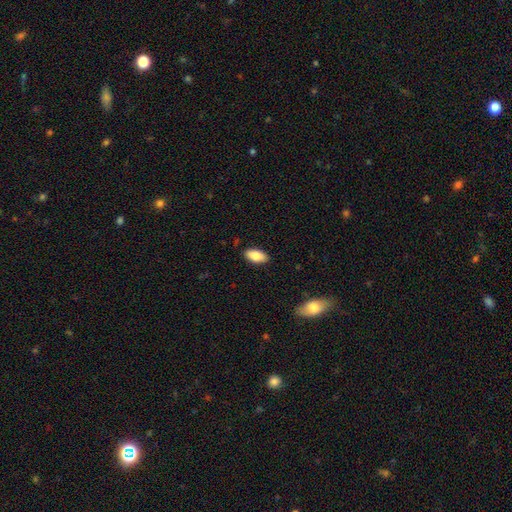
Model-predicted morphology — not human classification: Q: Smooth or featured?
A: smooth (83%); runner-up: featured or disk (10%)
Q: How rounded?
A: in between (92%); runner-up: cigar-shaped (5%)
Q: Merging?
A: none (88%); runner-up: minor disturbance (9%)